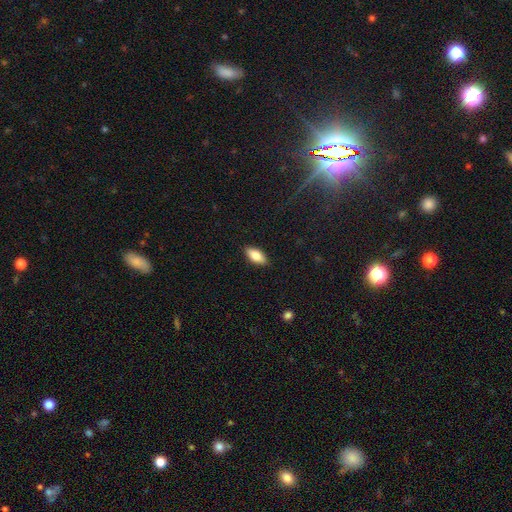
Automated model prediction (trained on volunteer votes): Smooth or featured? Predicted: smooth (p=0.82). How rounded? Predicted: in between (p=0.88). Merging? Predicted: none (p=0.89).